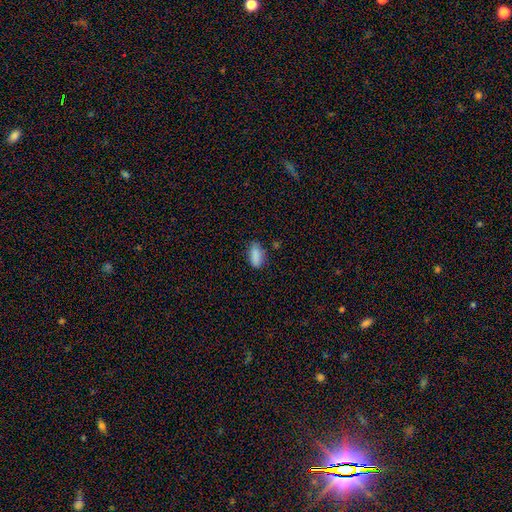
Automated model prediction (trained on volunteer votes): Morphology: type=smooth (86%); roundness=in between (88%); merging=none (70%).